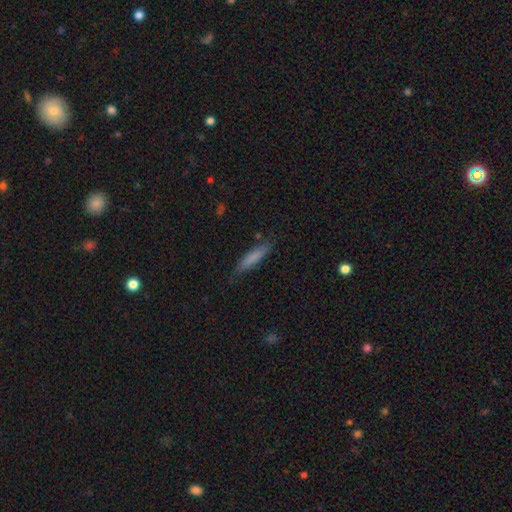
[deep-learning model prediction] A smooth galaxy with no disk features (72%) that is cigar-shaped (85%).

Vote fractions:
- Smooth or featured? smooth: 72% / featured or disk: 20% / star or artifact: 8%
- How rounded? cigar-shaped: 85% / in between: 13% / round: 2%
- Merging? none: 79% / minor disturbance: 16% / major disturbance: 4% / merger: 2%